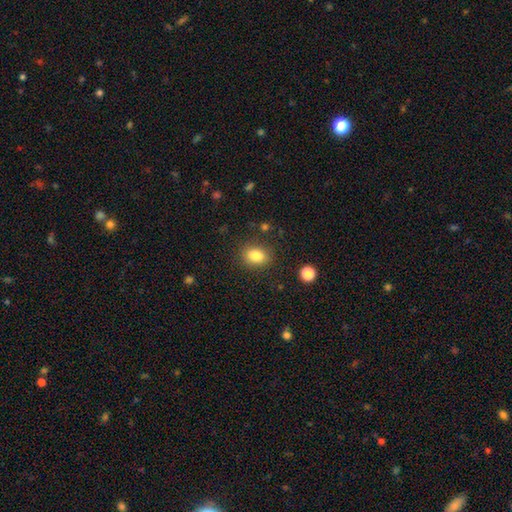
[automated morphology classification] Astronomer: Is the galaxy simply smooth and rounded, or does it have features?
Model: smooth — 84%.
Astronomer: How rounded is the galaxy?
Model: in between — 66%.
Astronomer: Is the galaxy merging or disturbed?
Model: none — 84%.